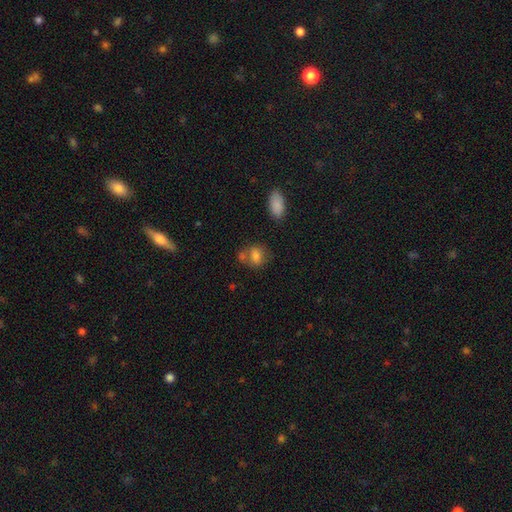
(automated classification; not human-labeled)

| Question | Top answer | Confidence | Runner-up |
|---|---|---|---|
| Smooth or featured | smooth | 79% | featured or disk (11%) |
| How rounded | in between | 56% | round (42%) |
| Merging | none | 52% | merger (27%) |